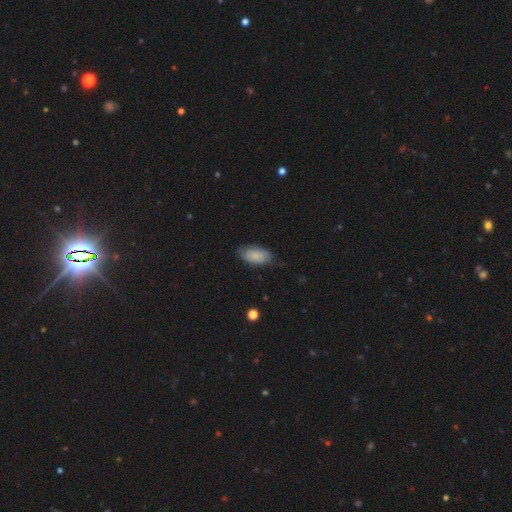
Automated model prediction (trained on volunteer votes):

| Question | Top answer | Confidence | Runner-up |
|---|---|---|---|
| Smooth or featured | smooth | 83% | featured or disk (11%) |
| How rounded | in between | 94% | cigar-shaped (4%) |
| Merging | none | 73% | minor disturbance (22%) |